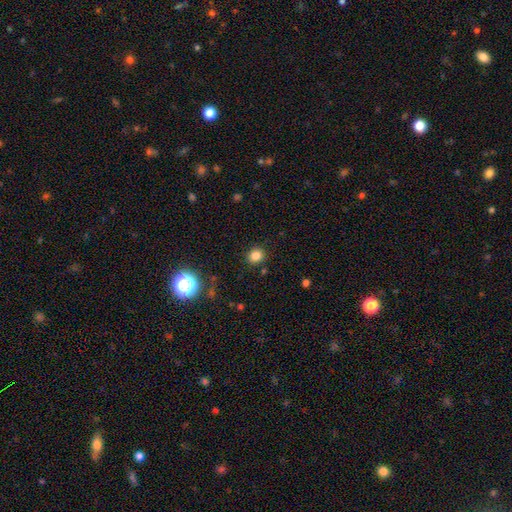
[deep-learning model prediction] This is clearly a smooth galaxy (83%). How rounded: clearly round (82%). Merging: clearly none (88%).